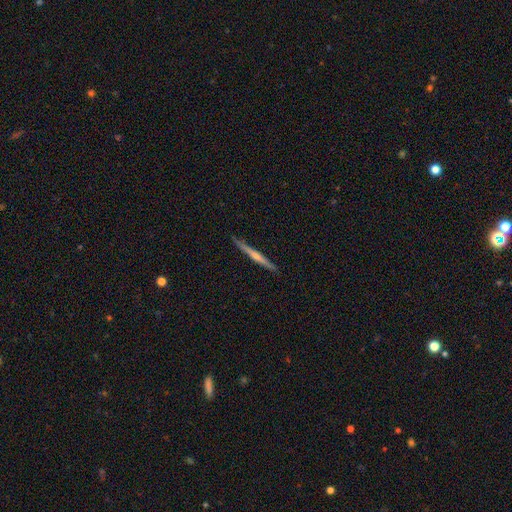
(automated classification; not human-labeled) smooth_or_featured: featured or disk (p=0.72) [alt: smooth p=0.22]
disk_edge_on: yes (p=0.98) [alt: no p=0.02]
edge_on_bulge: rounded (p=0.71) [alt: none p=0.23]
merging: none (p=0.91) [alt: minor disturbance p=0.06]